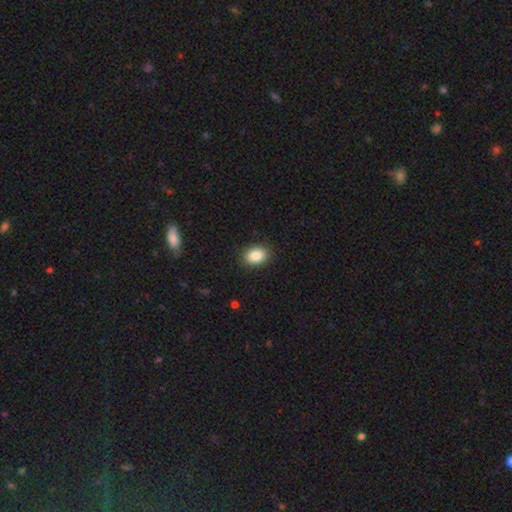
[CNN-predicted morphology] Q: Smooth or featured?
A: smooth (87%); runner-up: star or artifact (9%)
Q: How rounded?
A: in between (70%); runner-up: round (29%)
Q: Merging?
A: none (88%); runner-up: minor disturbance (9%)